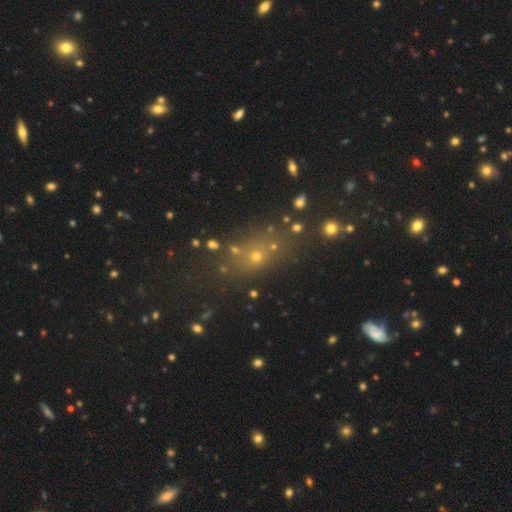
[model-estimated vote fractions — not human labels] A smooth galaxy with no disk features (51%) that is round (51%).

Vote fractions:
- Smooth or featured? smooth: 51% / star or artifact: 35% / featured or disk: 14%
- How rounded? round: 51% / in between: 43% / cigar-shaped: 6%
- Merging? none: 71% / minor disturbance: 13% / merger: 10% / major disturbance: 6%